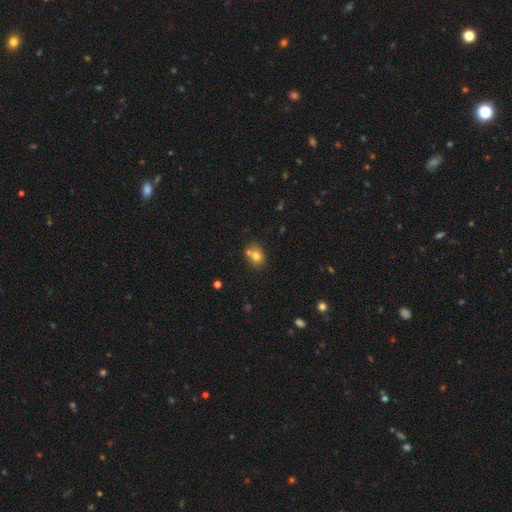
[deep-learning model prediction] Smooth or featured: smooth — 75% (featured or disk — 13%)
How rounded: round — 56% (in between — 43%)
Merging: none — 54% (merger — 32%)